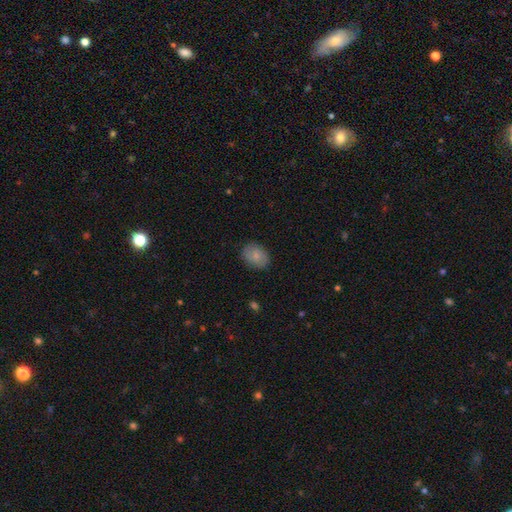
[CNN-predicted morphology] This is likely a smooth galaxy (74%). How rounded: likely in between (69%). Merging: clearly none (85%).